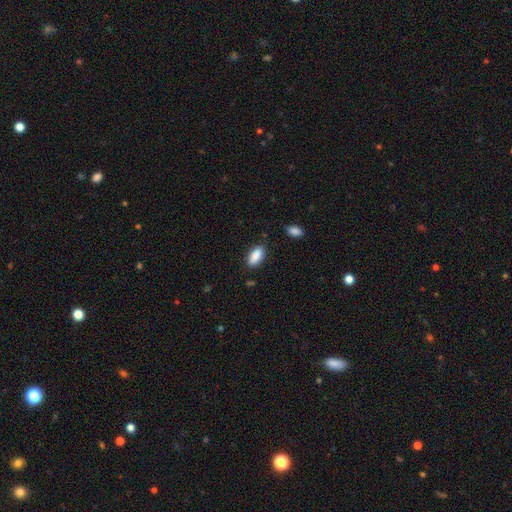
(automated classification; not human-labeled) This appears to be a smooth galaxy with no disk features (89%) that is in between round and cigar-shaped (90%). Merging: none (84%).